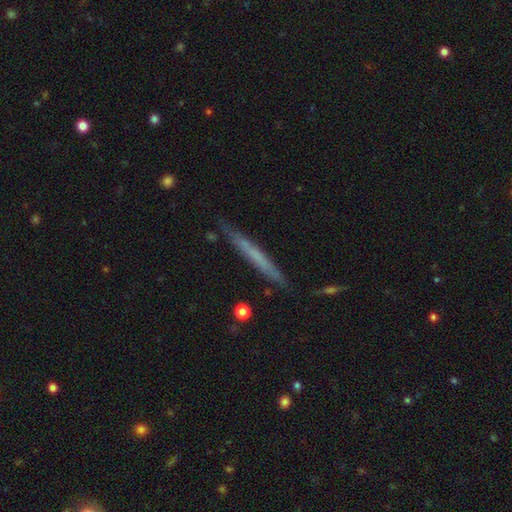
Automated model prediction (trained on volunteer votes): Morphology: type=smooth (49%); merging=none (86%).